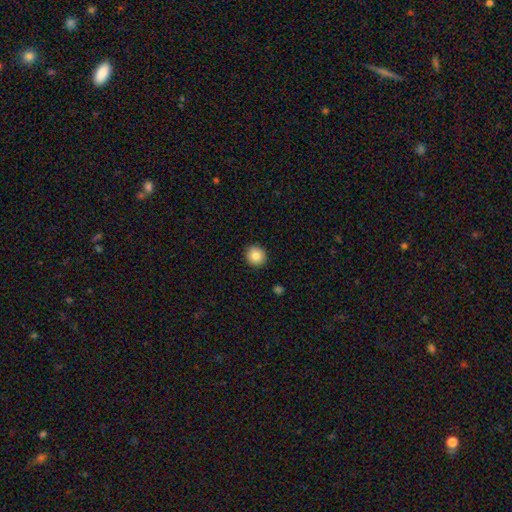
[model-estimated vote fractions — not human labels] Morphology: type=smooth (85%); roundness=round (93%); merging=none (92%).